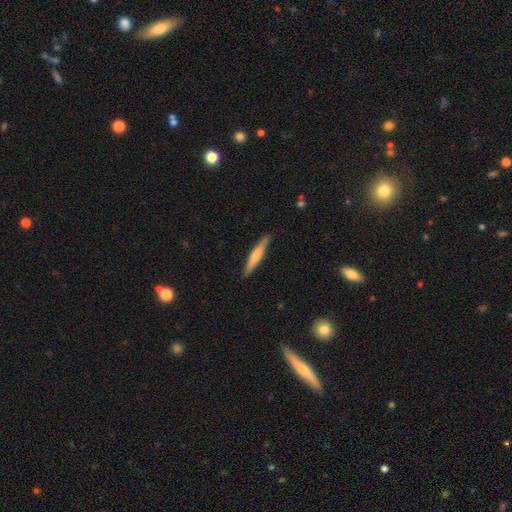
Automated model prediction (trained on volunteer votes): The model was most divided on "smooth or featured": smooth: 58%, featured or disk: 36%, star or artifact: 5%. More confident: how rounded — cigar-shaped (93%); merging — none (90%).